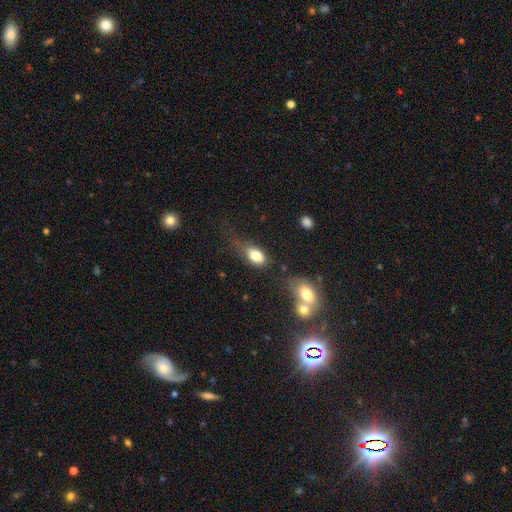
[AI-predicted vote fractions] Smooth or featured: smooth — 80% (featured or disk — 12%)
How rounded: in between — 85% (round — 11%)
Merging: none — 42% (minor disturbance — 30%)